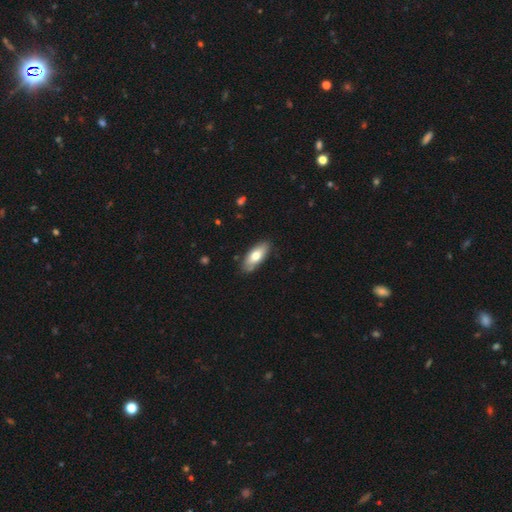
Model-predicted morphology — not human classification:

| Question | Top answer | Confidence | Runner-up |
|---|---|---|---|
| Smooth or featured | smooth | 72% | featured or disk (22%) |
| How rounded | in between | 79% | cigar-shaped (18%) |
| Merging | none | 84% | minor disturbance (12%) |